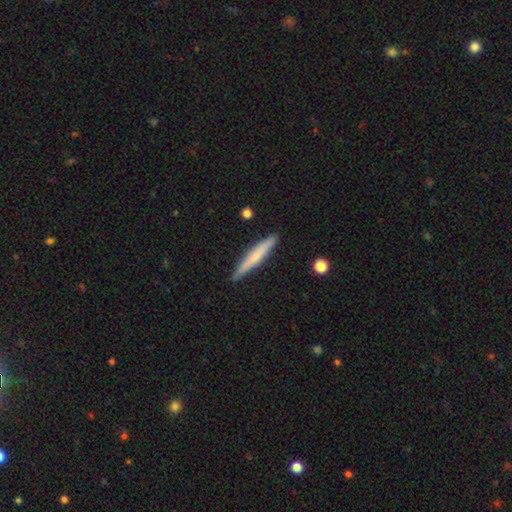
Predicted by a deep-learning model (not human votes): Smooth or featured: smooth — 57% (featured or disk — 37%)
How rounded: cigar-shaped — 95% (in between — 4%)
Merging: none — 88% (minor disturbance — 9%)